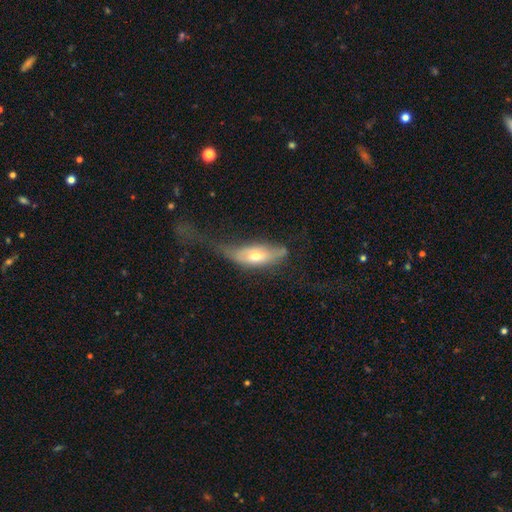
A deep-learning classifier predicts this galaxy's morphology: Overall: smooth (54%; featured or disk 39%). How rounded: in between (68%). Merging: major disturbance (40%; minor disturbance 29%).